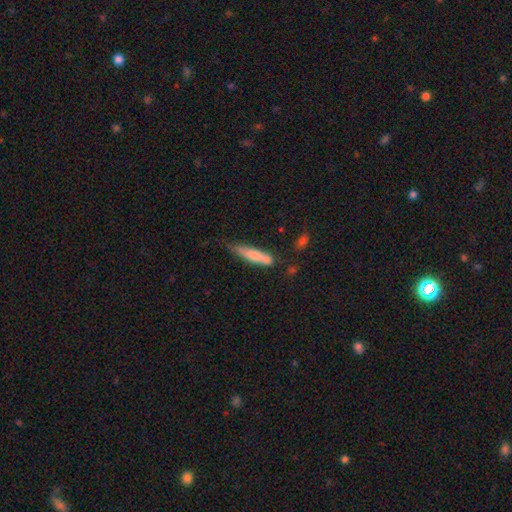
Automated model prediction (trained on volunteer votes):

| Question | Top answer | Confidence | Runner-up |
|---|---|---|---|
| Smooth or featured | smooth | 72% | featured or disk (21%) |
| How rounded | cigar-shaped | 82% | in between (17%) |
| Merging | none | 53% | minor disturbance (27%) |